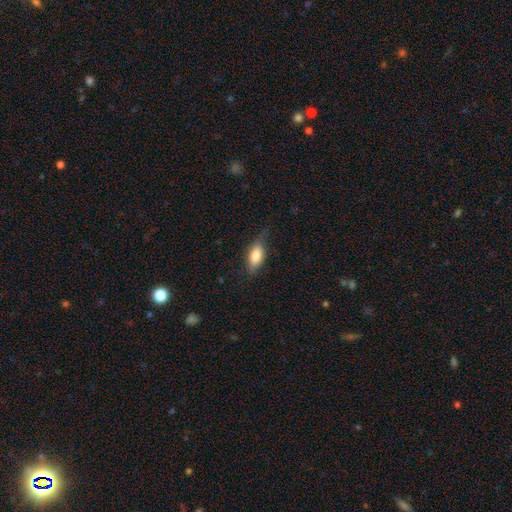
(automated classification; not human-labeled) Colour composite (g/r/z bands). It shows a smooth galaxy with no disk features (78%) that is in between round and cigar-shaped (84%). Merging: none (67%).